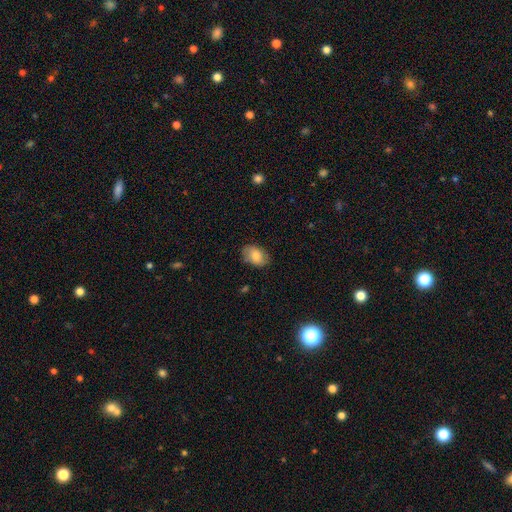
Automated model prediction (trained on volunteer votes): smooth_or_featured: smooth (p=0.79) [alt: featured or disk p=0.13]
how_rounded: in between (p=0.83) [alt: round p=0.15]
merging: none (p=0.80) [alt: minor disturbance p=0.15]